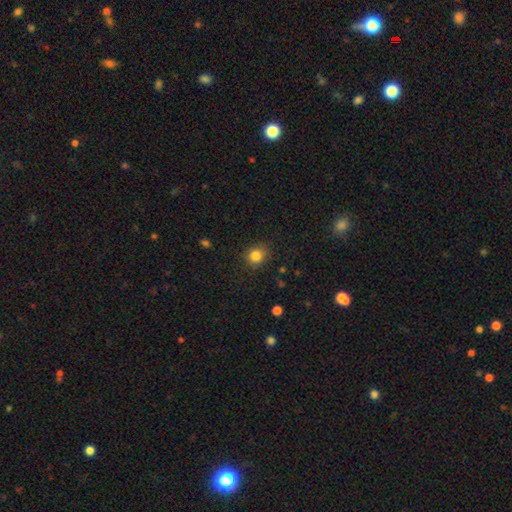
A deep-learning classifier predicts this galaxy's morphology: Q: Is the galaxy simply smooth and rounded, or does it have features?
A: smooth — 84%.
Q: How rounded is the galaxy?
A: round — 80%.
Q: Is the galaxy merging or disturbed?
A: none — 85%.